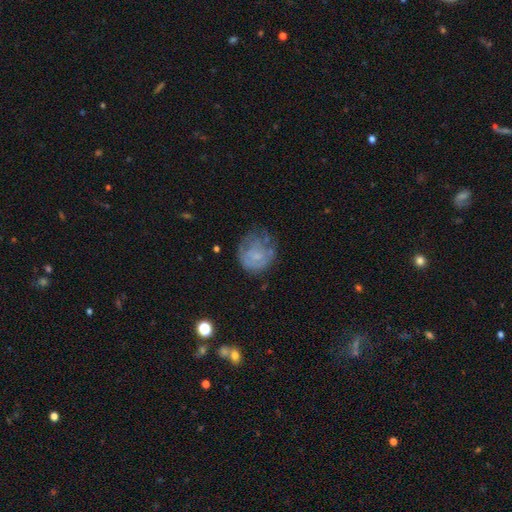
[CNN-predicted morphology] smooth 48%, featured or disk 42%, star or artifact 10%. Down the decision tree: merging — none (46%).